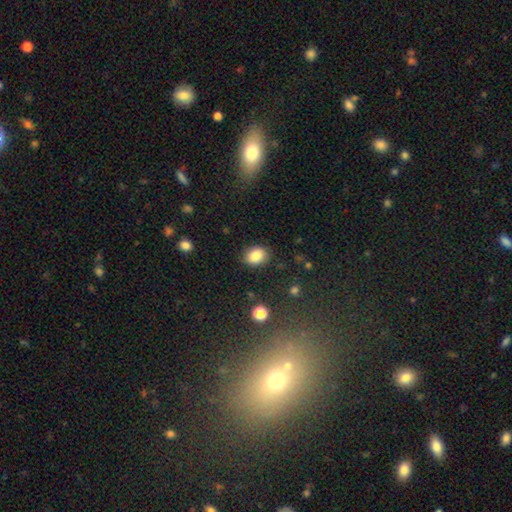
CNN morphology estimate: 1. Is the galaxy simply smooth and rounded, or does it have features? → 85% smooth, 9% star or artifact, 6% featured or disk.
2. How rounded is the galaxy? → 65% in between, 34% round, 1% cigar-shaped.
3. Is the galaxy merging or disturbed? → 87% none, 9% minor disturbance, 3% major disturbance, 1% merger.